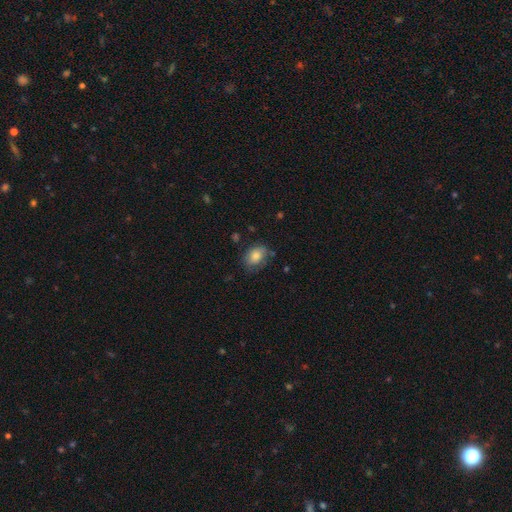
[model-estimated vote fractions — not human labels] smooth 78%, featured or disk 13%, star or artifact 8%. Down the decision tree: how rounded — in between (74%); merging — none (64%).